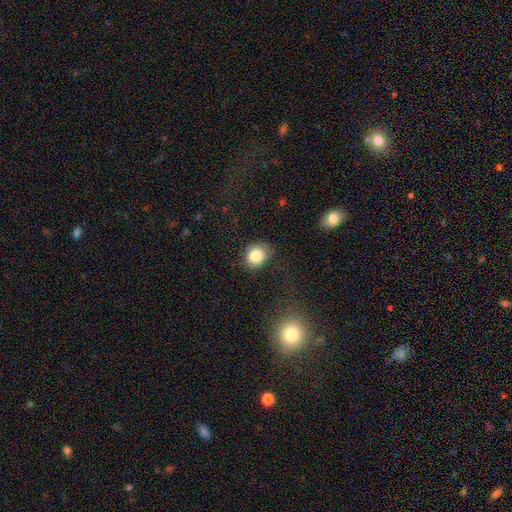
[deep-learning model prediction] This is clearly a smooth galaxy (83%). How rounded: likely round (67%). Merging: clearly none (81%).